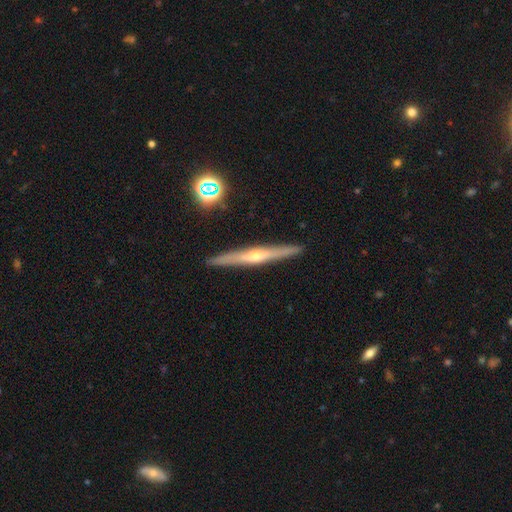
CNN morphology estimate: The model was most divided on "smooth or featured": featured or disk: 72%, smooth: 21%, star or artifact: 7%. More confident: edge-on disk — yes (97%); merging — none (91%); edge-on bulge — rounded (80%).